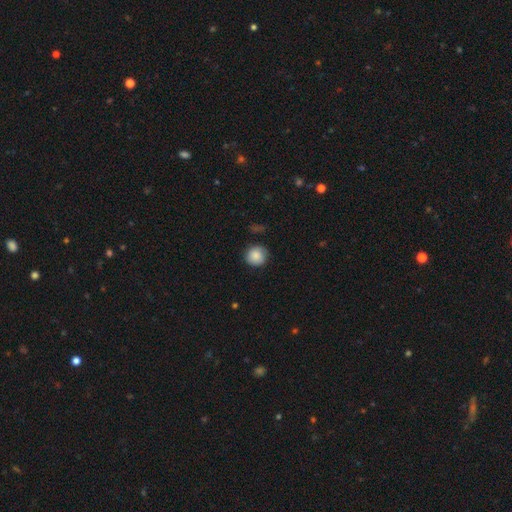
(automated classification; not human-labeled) Morphology: type=smooth (87%); roundness=round (92%); merging=none (83%).